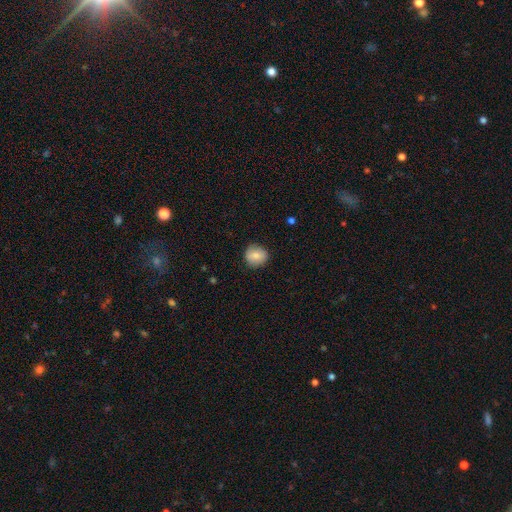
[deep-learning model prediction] smooth-or-featured: smooth: 77% | featured or disk: 15% | star or artifact: 8%
  how-rounded: round: 88% | in between: 11% | cigar-shaped: 1%
  merging: none: 84% | minor disturbance: 12% | major disturbance: 3% | merger: 1%